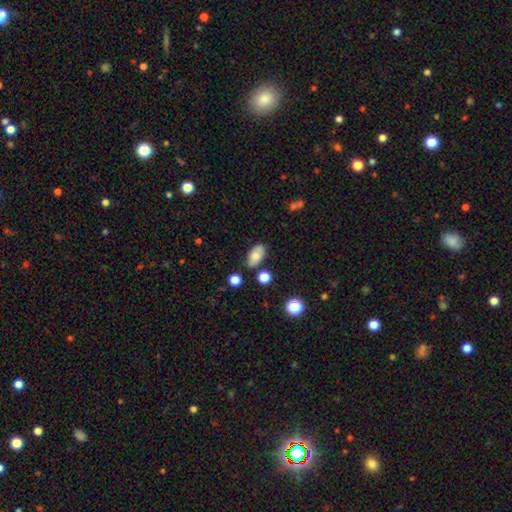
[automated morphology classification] type=smooth (78%); roundness=in between (92%); merging=none (76%).